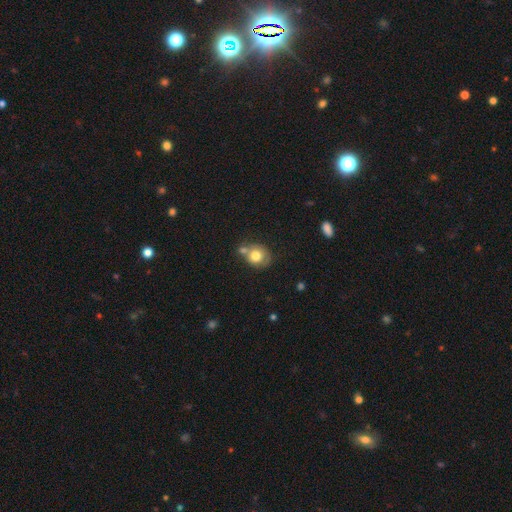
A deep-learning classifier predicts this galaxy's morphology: smooth-or-featured: smooth: 76% | featured or disk: 15% | star or artifact: 9%
  how-rounded: round: 72% | in between: 27% | cigar-shaped: 1%
  merging: none: 48% | merger: 31% | minor disturbance: 15% | major disturbance: 5%